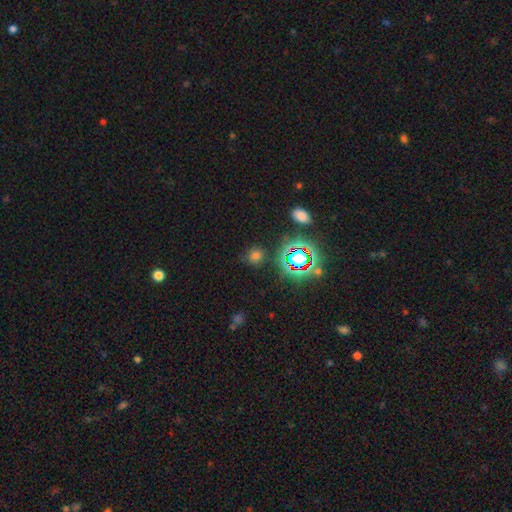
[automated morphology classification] This appears to be a smooth galaxy with no disk features (61%) that is round (82%). Merging: none (81%).